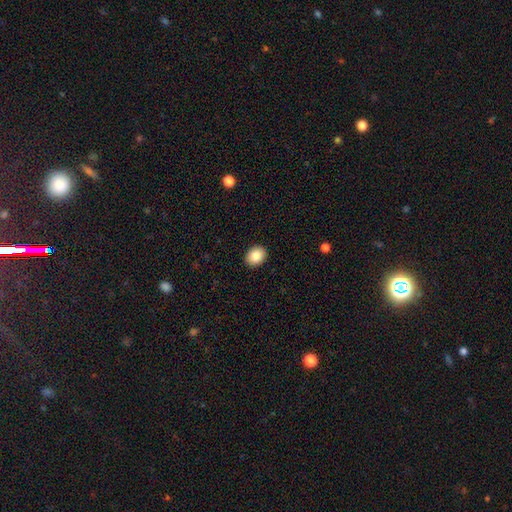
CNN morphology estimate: Smooth or featured? Predicted: smooth (p=0.86). How rounded? Predicted: in between (p=0.55). Merging? Predicted: none (p=0.91).